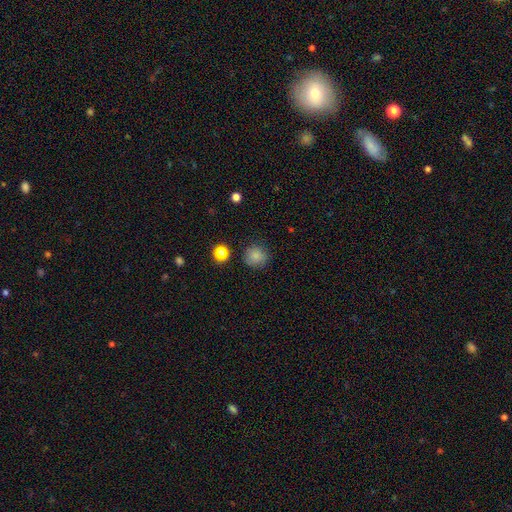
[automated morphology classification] smooth_or_featured: smooth (p=0.82) [alt: star or artifact p=0.13]
how_rounded: round (p=0.91) [alt: in between p=0.08]
merging: none (p=0.83) [alt: minor disturbance p=0.11]